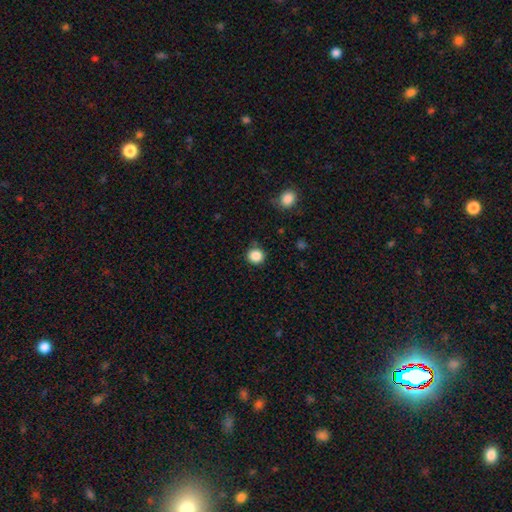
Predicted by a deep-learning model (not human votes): Smooth or featured?
  - smooth: 86% *
  - star or artifact: 10%
  - featured or disk: 3%
How rounded?
  - round: 92% *
  - in between: 8%
  - cigar-shaped: 1%
Merging?
  - none: 85% *
  - minor disturbance: 10%
  - major disturbance: 3%
  - merger: 2%